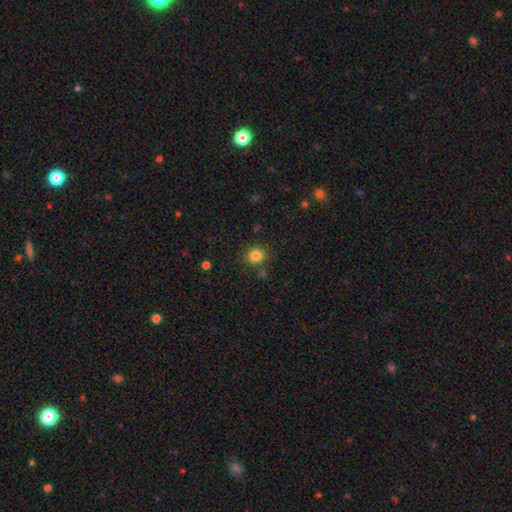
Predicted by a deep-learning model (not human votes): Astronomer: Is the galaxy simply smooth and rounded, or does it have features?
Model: smooth — 84%.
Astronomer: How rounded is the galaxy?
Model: round — 83%.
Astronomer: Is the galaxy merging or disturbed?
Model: none — 84%.